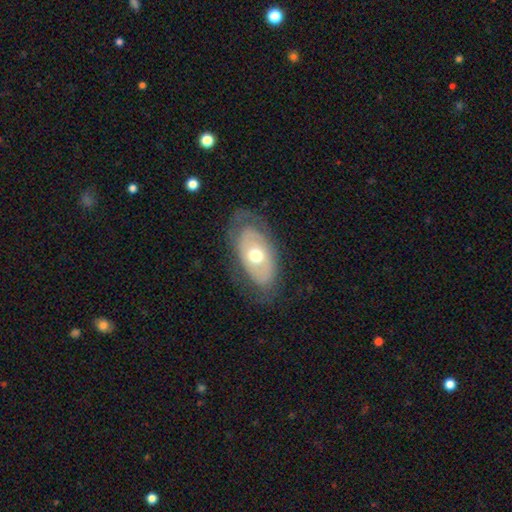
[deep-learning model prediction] Smooth or featured?
  - featured or disk: 54% *
  - smooth: 40%
  - star or artifact: 7%
Edge-on disk?
  - no: 87% *
  - yes: 13%
Merging?
  - none: 70% *
  - minor disturbance: 18%
  - major disturbance: 10%
  - merger: 1%